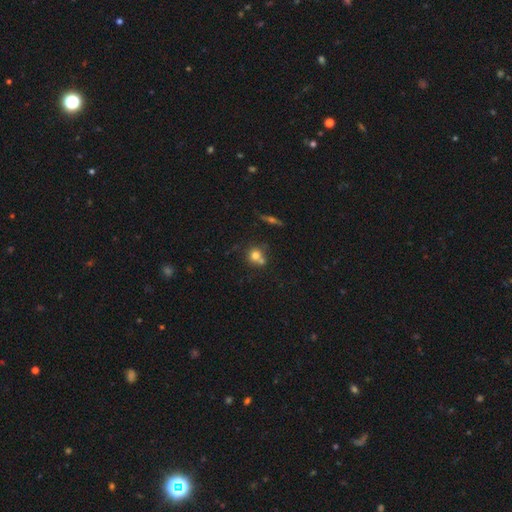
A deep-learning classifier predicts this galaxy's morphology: smooth 71%, featured or disk 16%, star or artifact 12%. Down the decision tree: how rounded — round (86%); merging — none (48%).